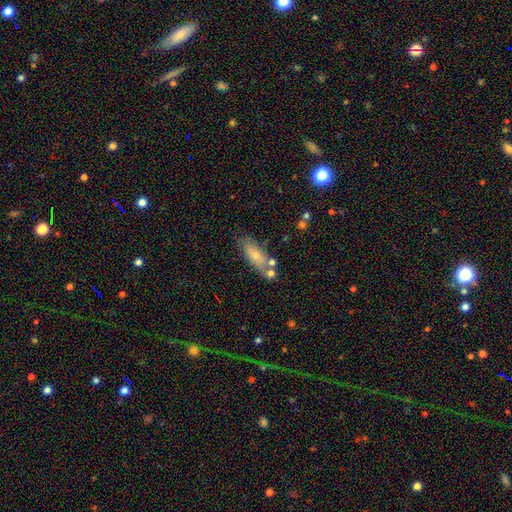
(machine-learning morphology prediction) This appears to be a smooth galaxy with no disk features (61%) that is in between round and cigar-shaped (65%). Merging: none (60%).